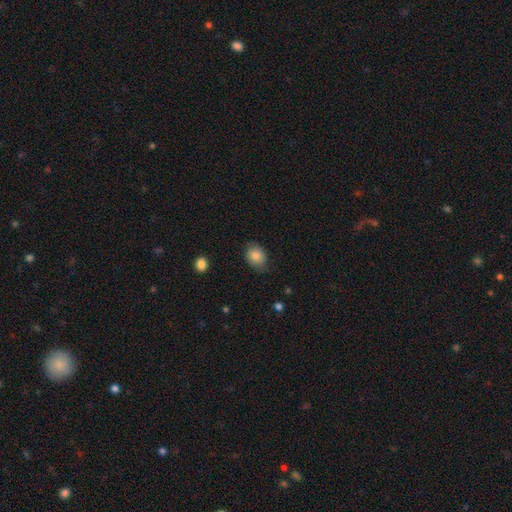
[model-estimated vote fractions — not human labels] This appears to be a smooth galaxy with no disk features (79%) that is in between round and cigar-shaped (62%). Merging: none (71%).